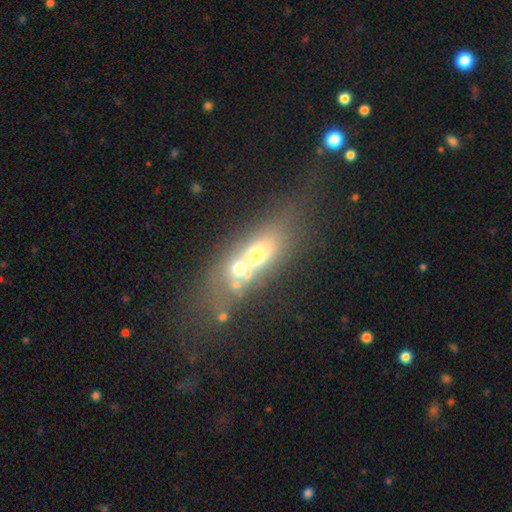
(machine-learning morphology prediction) smooth_or_featured: smooth (p=0.42) [tied with: featured or disk p=0.42]
merging: merger (p=0.55) [alt: none p=0.27]